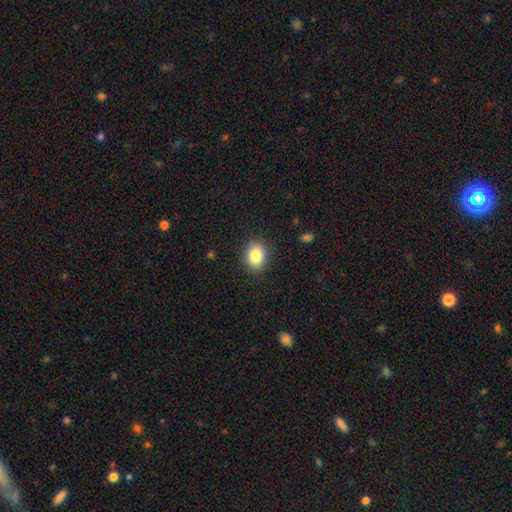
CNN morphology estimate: Smooth or featured?
  - smooth: 84% *
  - star or artifact: 9%
  - featured or disk: 7%
How rounded?
  - in between: 55% *
  - round: 45%
  - cigar-shaped: 1%
Merging?
  - none: 88% *
  - minor disturbance: 8%
  - major disturbance: 2%
  - merger: 1%